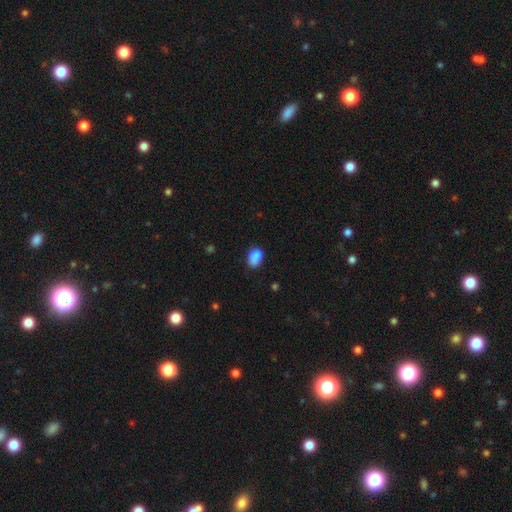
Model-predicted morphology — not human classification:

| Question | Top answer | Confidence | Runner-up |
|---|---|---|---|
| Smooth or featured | smooth | 84% | star or artifact (9%) |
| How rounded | in between | 80% | round (18%) |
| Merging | none | 56% | minor disturbance (33%) |